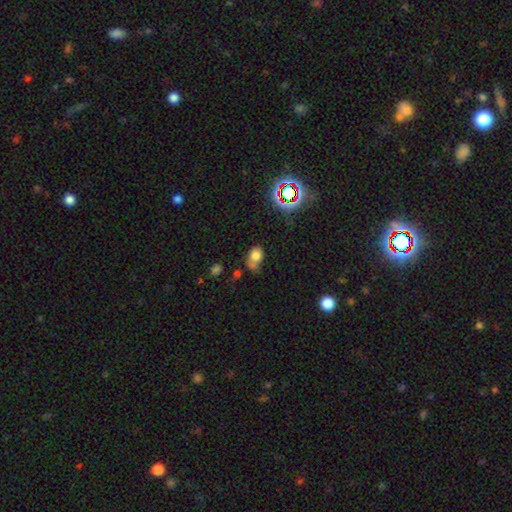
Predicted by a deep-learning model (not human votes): This appears to be a smooth galaxy with no disk features (74%) that is in between round and cigar-shaped (69%). Merging: none (37%).